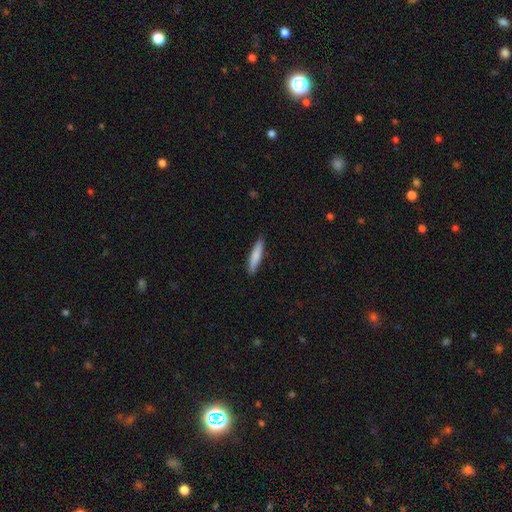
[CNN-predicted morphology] Smooth or featured? Predicted: smooth (p=0.82). How rounded? Predicted: cigar-shaped (p=0.85). Merging? Predicted: none (p=0.88).